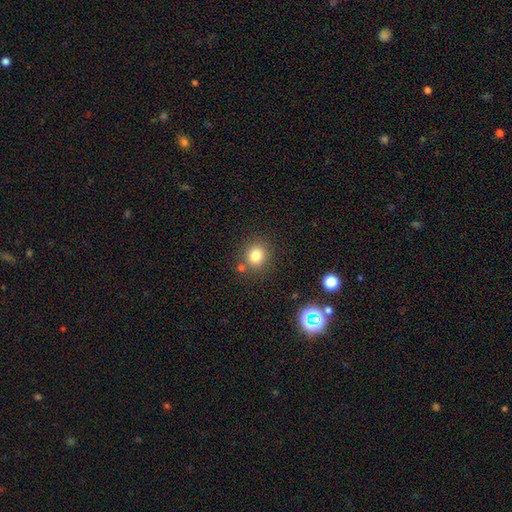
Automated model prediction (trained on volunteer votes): The model was most divided on "smooth or featured": smooth: 81%, star or artifact: 12%, featured or disk: 7%. More confident: how rounded — round (85%); merging — none (80%).